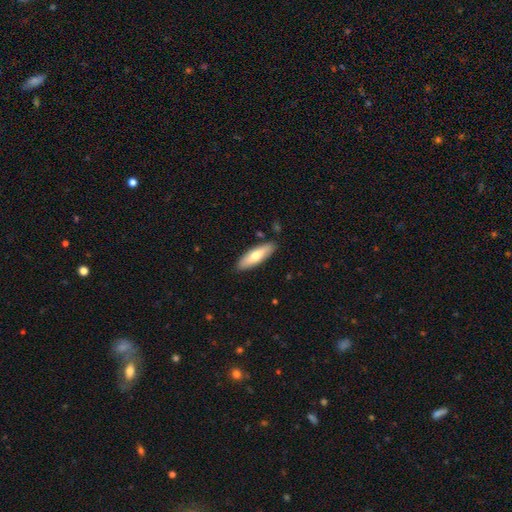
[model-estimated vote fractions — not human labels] Overall: smooth (67%; featured or disk 28%). How rounded: in between (49%, tied with cigar-shaped). Merging: none (87%).